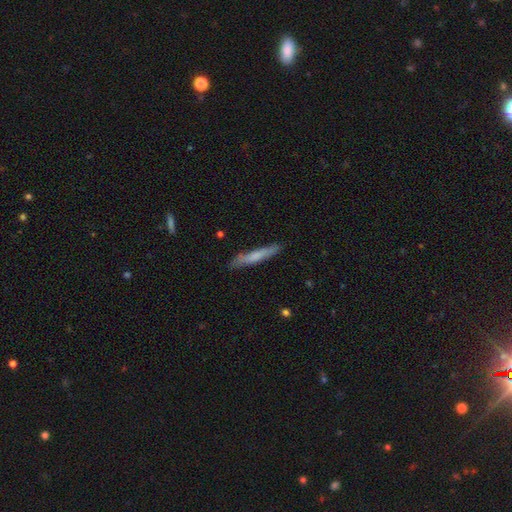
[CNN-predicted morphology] A smooth galaxy with no disk features (64%) that is cigar-shaped (94%). Merging: none (85%).